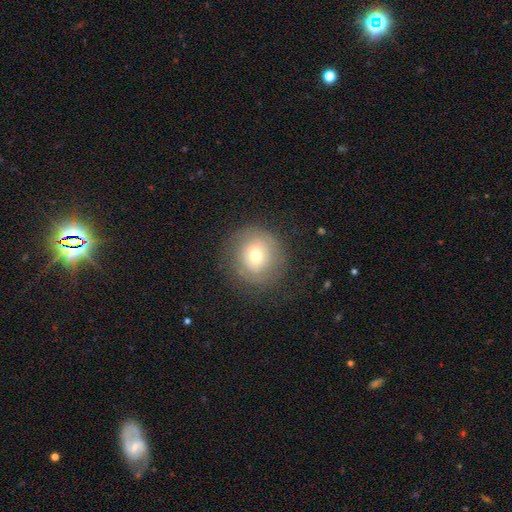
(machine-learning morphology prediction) Smooth or featured? smooth (56%)
How rounded? round (90%)
Merging? none (76%)